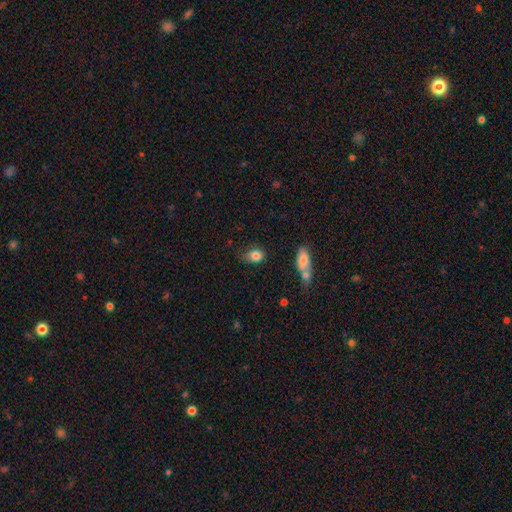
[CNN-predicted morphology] Smooth or featured?
  - smooth: 83% *
  - star or artifact: 9%
  - featured or disk: 8%
How rounded?
  - in between: 72% *
  - round: 26%
  - cigar-shaped: 2%
Merging?
  - none: 52% *
  - minor disturbance: 33%
  - major disturbance: 10%
  - merger: 5%